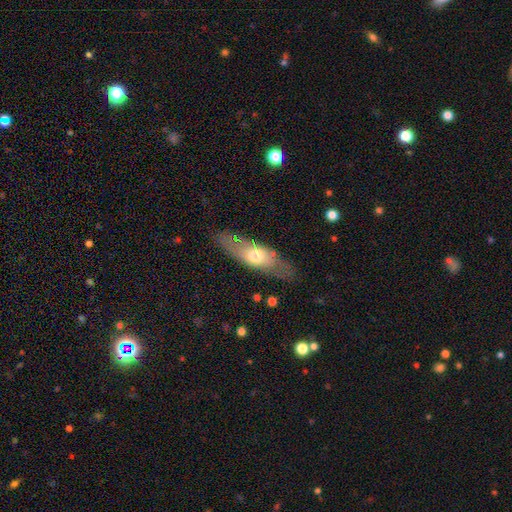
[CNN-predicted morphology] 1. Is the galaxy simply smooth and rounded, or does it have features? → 55% smooth, 39% featured or disk, 6% star or artifact.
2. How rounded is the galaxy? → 58% in between, 39% cigar-shaped, 3% round.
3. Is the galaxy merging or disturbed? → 75% none, 17% minor disturbance, 6% major disturbance, 2% merger.